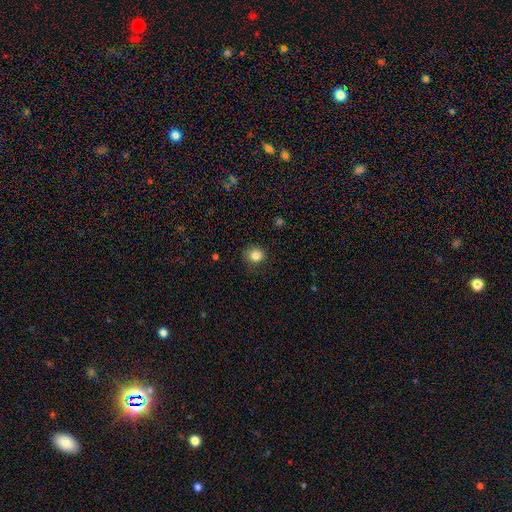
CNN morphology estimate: Smooth or featured? Predicted: smooth (p=0.84). How rounded? Predicted: round (p=0.81). Merging? Predicted: none (p=0.79).